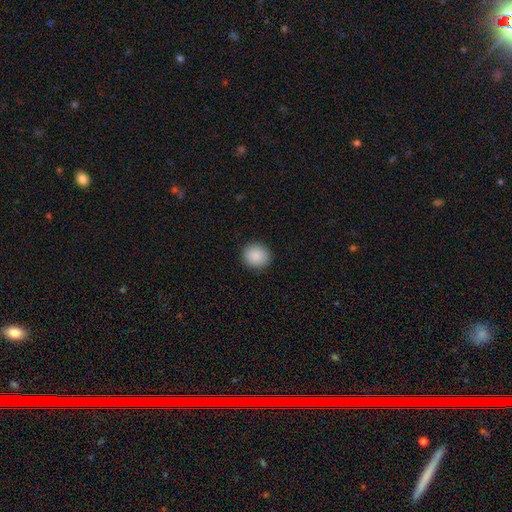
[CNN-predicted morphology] Smooth or featured? Predicted: smooth (p=0.89). How rounded? Predicted: round (p=0.85). Merging? Predicted: none (p=0.91).